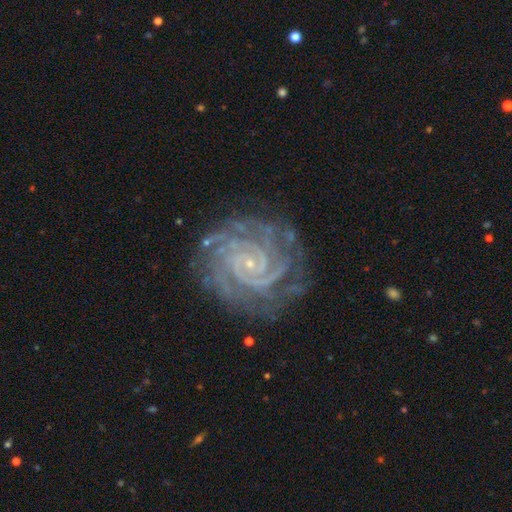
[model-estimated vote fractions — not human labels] featured or disk 90%, star or artifact 6%, smooth 4%. Down the decision tree: edge-on disk — no (98%); bar — no (63%); spiral arms — yes (99%); spiral arm count — 2 (28%); spiral winding — tight (83%); bulge size — small (86%); merging — none (80%).